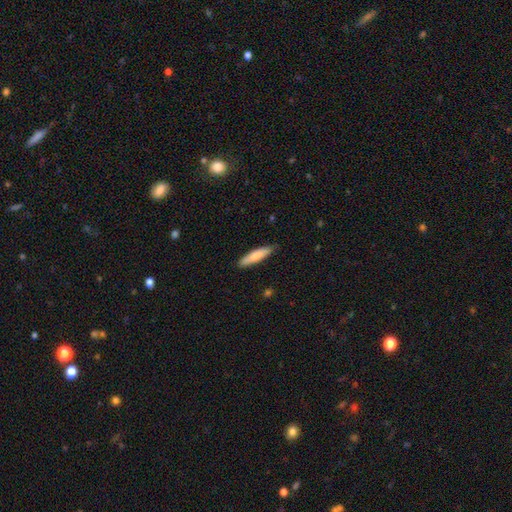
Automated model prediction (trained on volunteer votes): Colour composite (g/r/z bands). It shows a smooth galaxy with no disk features (75%) that is cigar-shaped (79%). Merging: none (85%).